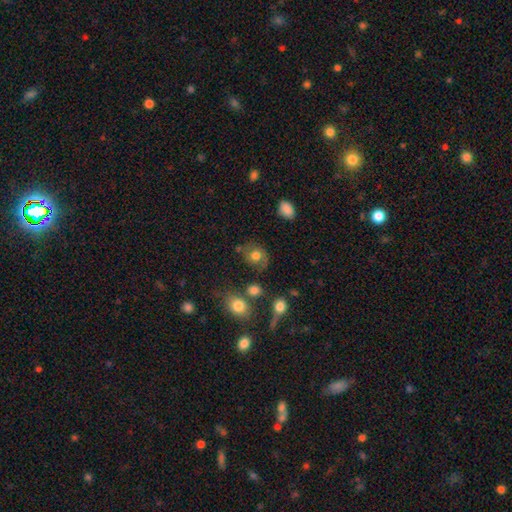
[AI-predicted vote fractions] Smooth or featured? Predicted: smooth (p=0.69). How rounded? Predicted: round (p=0.66). Merging? Predicted: none (p=0.64).